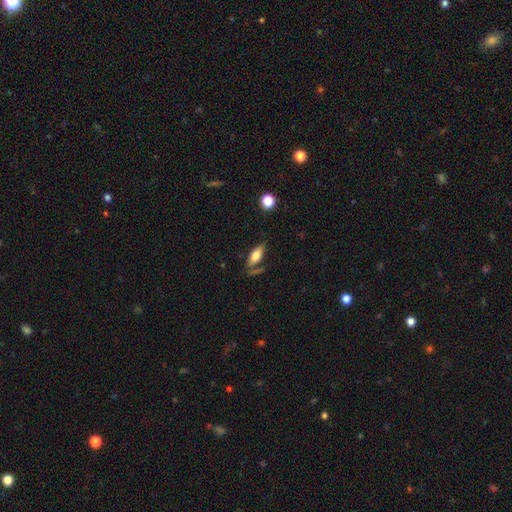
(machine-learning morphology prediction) type=smooth (68%); roundness=in between (74%); merging=none (67%).